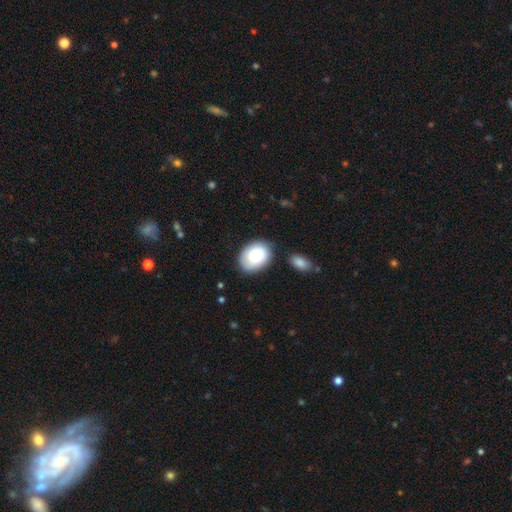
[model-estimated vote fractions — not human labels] This appears to be a smooth galaxy with no disk features (85%) that is in between round and cigar-shaped (73%). Merging: none (74%).